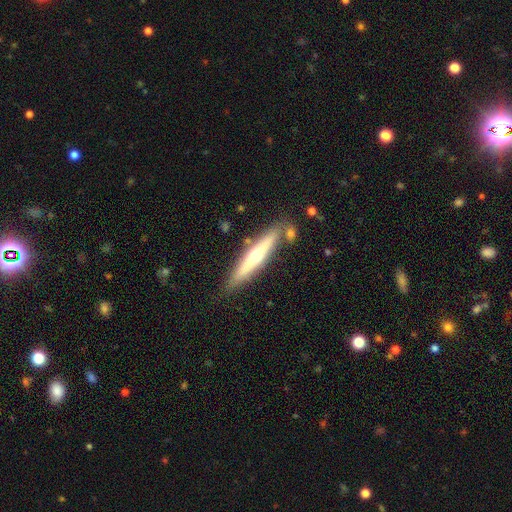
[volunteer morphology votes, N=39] A featured or disk galaxy (59%) viewed edge-on (87%) with a rounded central bulge (95%).

Vote fractions:
- Smooth or featured? featured or disk: 59% / smooth: 38% / star or artifact: 3%
- Edge-on disk? yes: 87% / no: 13%
- Edge-on bulge? rounded: 95% / none: 5% / boxy: 0%
- Merging? none: 84% / minor disturbance: 13% / merger: 3% / major disturbance: 0%